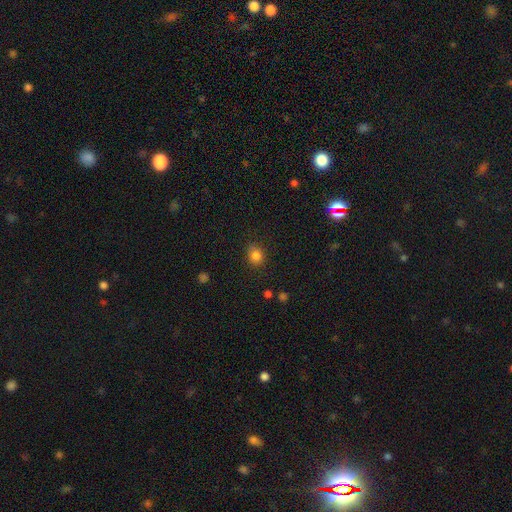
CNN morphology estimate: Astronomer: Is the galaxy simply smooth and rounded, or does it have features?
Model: smooth — 83%.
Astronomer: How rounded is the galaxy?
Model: round — 70%.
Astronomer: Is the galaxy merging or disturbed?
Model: none — 77%.